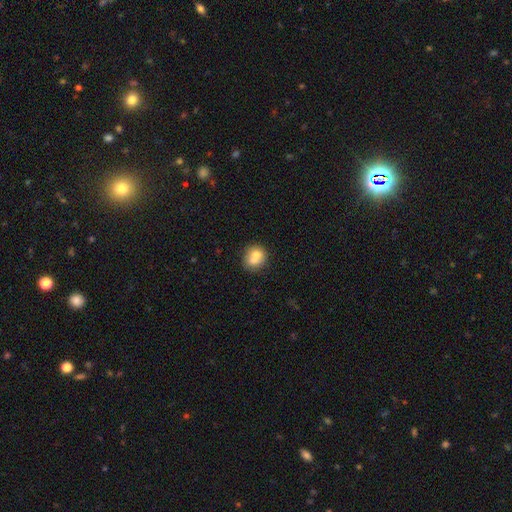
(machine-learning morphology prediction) A smooth galaxy with no disk features (69%) that is round (77%). Merging: merger (46%).